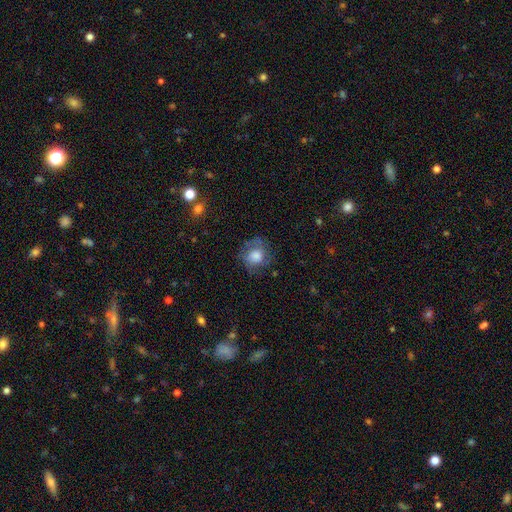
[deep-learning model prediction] A smooth galaxy with no disk features (65%) that is round (80%).

Vote fractions:
- Smooth or featured? smooth: 65% / featured or disk: 26% / star or artifact: 9%
- How rounded? round: 80% / in between: 19% / cigar-shaped: 1%
- Merging? none: 65% / minor disturbance: 21% / major disturbance: 12% / merger: 1%